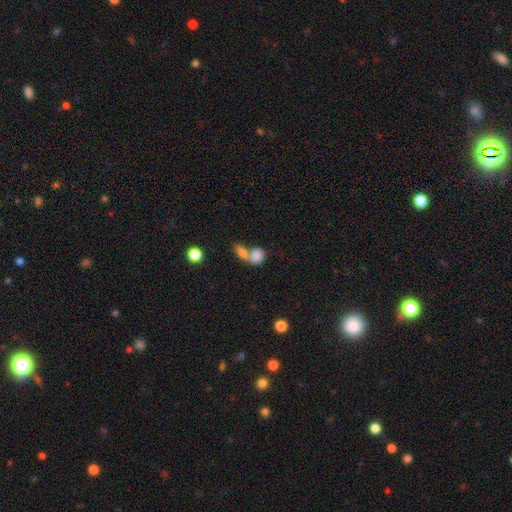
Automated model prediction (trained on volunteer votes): smooth 82%, featured or disk 10%, star or artifact 8%. Down the decision tree: how rounded — in between (54%); merging — merger (65%).